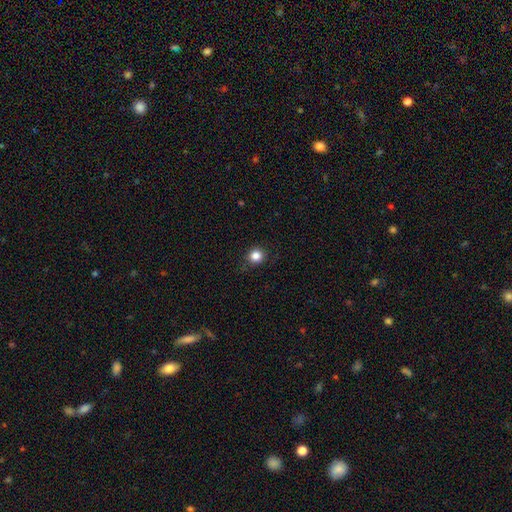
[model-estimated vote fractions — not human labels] smooth 84%, star or artifact 12%, featured or disk 4%. Down the decision tree: how rounded — round (92%); merging — none (87%).